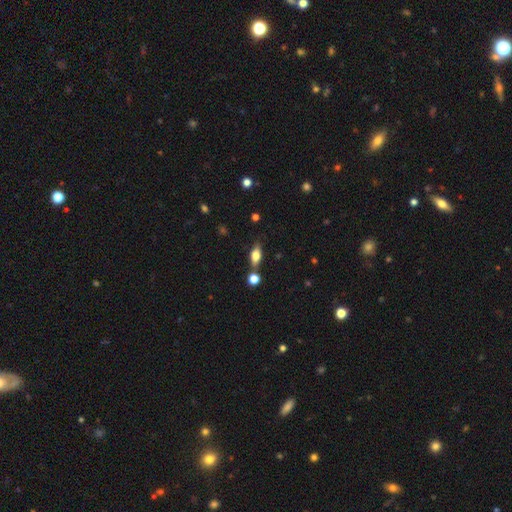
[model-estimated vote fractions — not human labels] Q: Smooth or featured?
A: smooth (67%); runner-up: featured or disk (24%)
Q: How rounded?
A: in between (77%); runner-up: cigar-shaped (17%)
Q: Merging?
A: none (71%); runner-up: minor disturbance (14%)